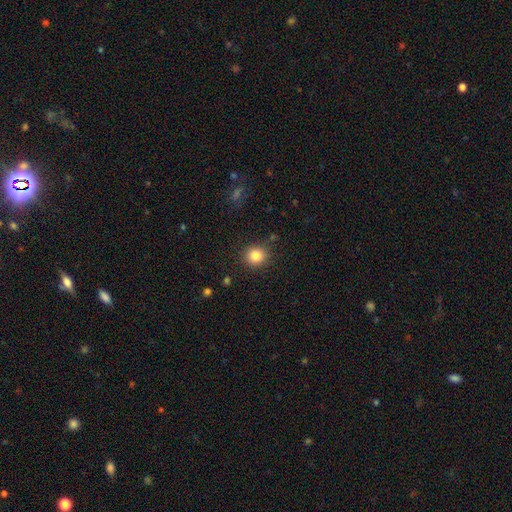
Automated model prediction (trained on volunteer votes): This appears to be a smooth galaxy with no disk features (83%) that is round (89%). Merging: none (88%).